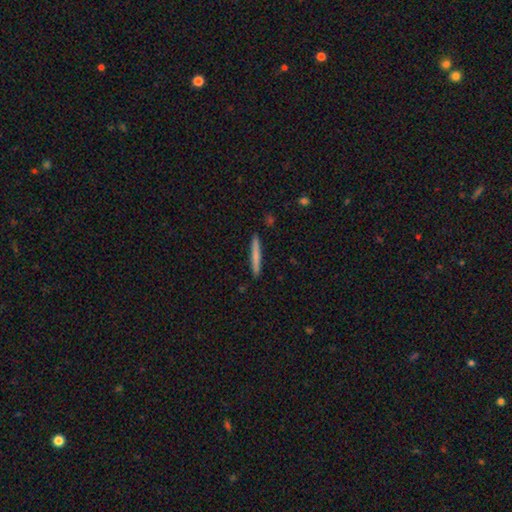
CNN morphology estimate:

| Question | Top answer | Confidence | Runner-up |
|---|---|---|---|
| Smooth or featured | smooth | 67% | featured or disk (27%) |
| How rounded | cigar-shaped | 96% | in between (3%) |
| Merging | none | 91% | minor disturbance (6%) |